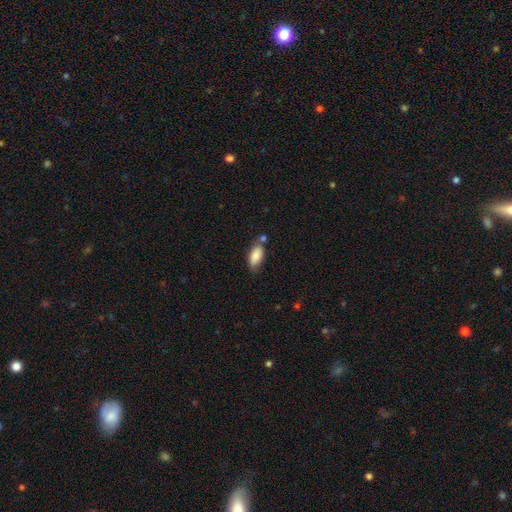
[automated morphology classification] smooth-or-featured: smooth: 85% | featured or disk: 9% | star or artifact: 7%
  how-rounded: in between: 90% | cigar-shaped: 8% | round: 3%
  merging: none: 62% | minor disturbance: 21% | merger: 13% | major disturbance: 4%